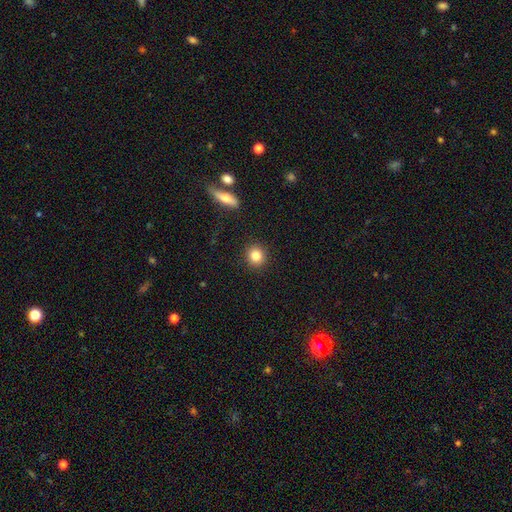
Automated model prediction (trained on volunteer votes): Smooth or featured? Predicted: smooth (p=0.84). How rounded? Predicted: round (p=0.87). Merging? Predicted: none (p=0.91).